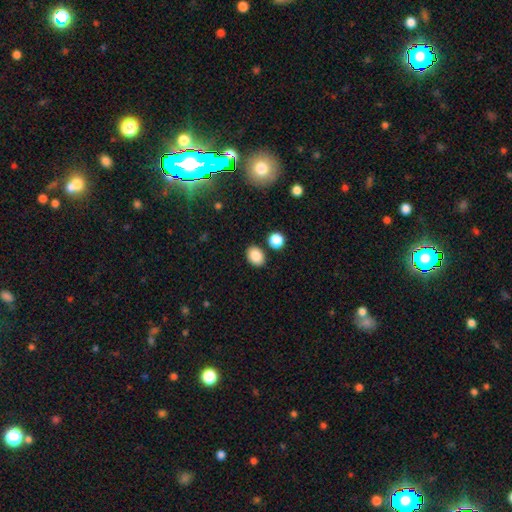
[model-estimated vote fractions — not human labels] This is clearly a smooth galaxy (87%). How rounded: likely in between (67%). Merging: clearly none (84%).